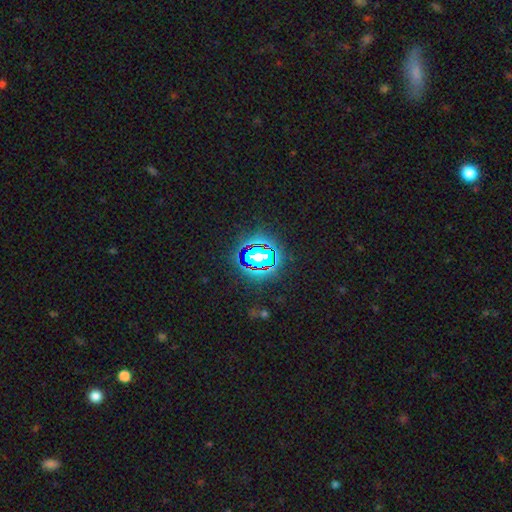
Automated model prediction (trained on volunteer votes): Overall: star or artifact (79%).